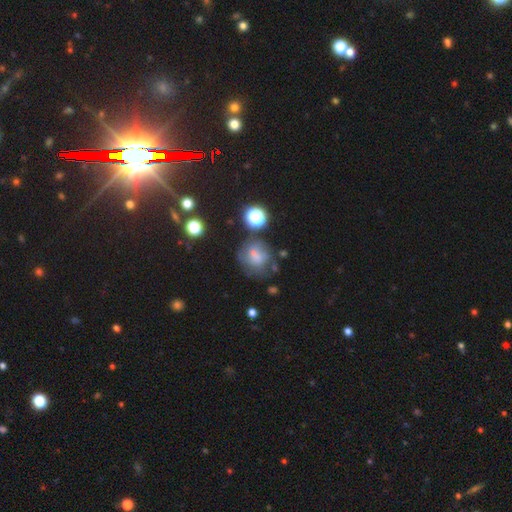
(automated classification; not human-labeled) Overall: smooth (58%; featured or disk 25%). How rounded: round (76%). Merging: none (49%; minor disturbance 23%).